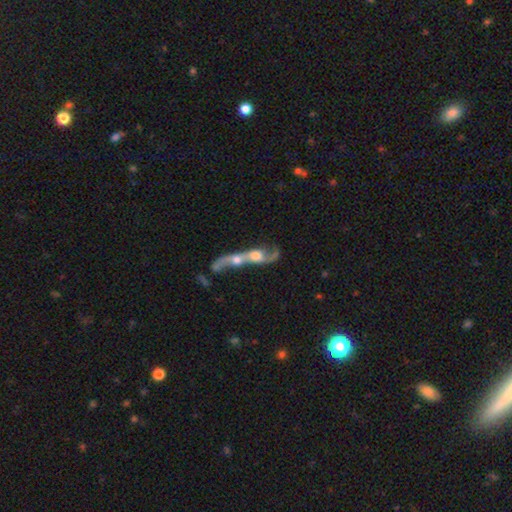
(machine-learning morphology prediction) Overall: featured or disk (64%; smooth 27%). Edge-on disk: no (80%). Bar: no (75%). Spiral arms: yes (65%; no 35%). Bulge size: moderate (45%; large 26%). Merging: merger (79%).